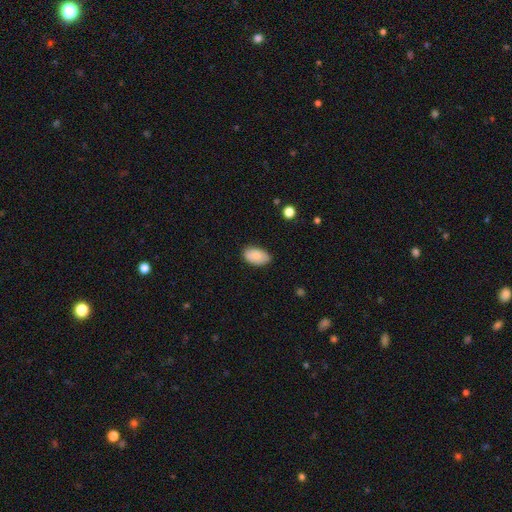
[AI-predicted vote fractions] Smooth or featured? smooth (85%)
How rounded? in between (94%)
Merging? none (80%)